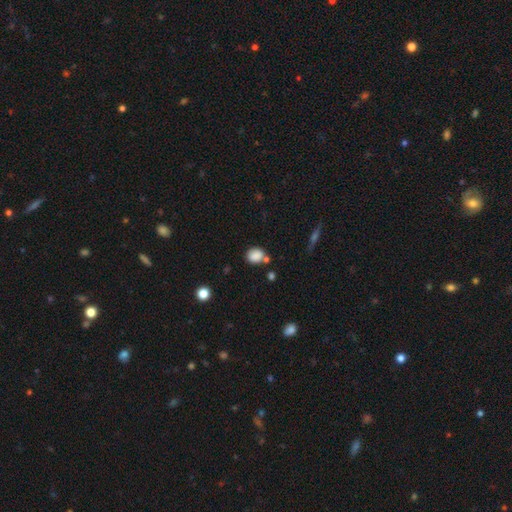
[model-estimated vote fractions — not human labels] Smooth or featured: smooth — 85% (star or artifact — 10%)
How rounded: round — 63% (in between — 36%)
Merging: none — 64% (merger — 16%)